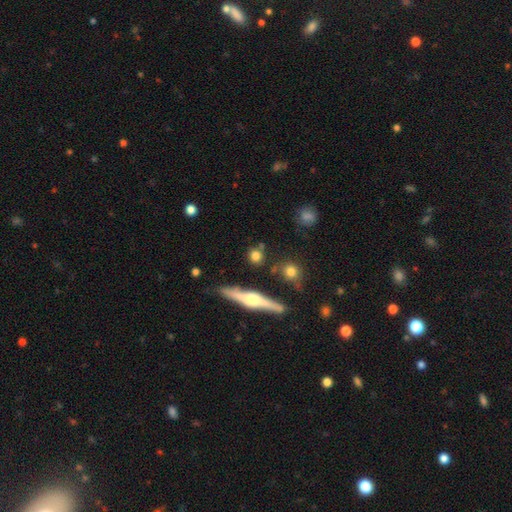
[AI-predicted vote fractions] This appears to be a smooth galaxy with no disk features (70%) that is round (75%). Merging: none (78%).